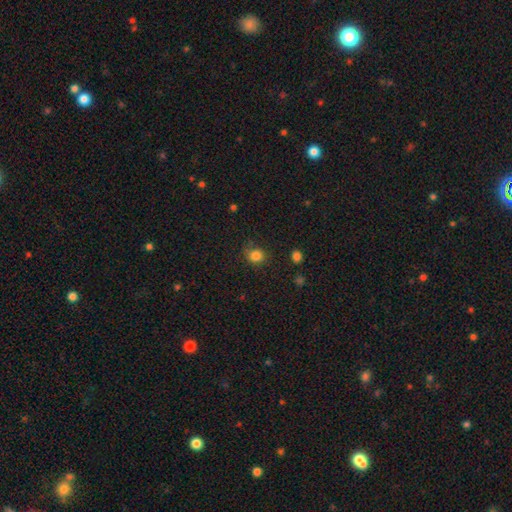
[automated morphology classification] Smooth or featured? Predicted: smooth (p=0.83). How rounded? Predicted: round (p=0.80). Merging? Predicted: none (p=0.77).